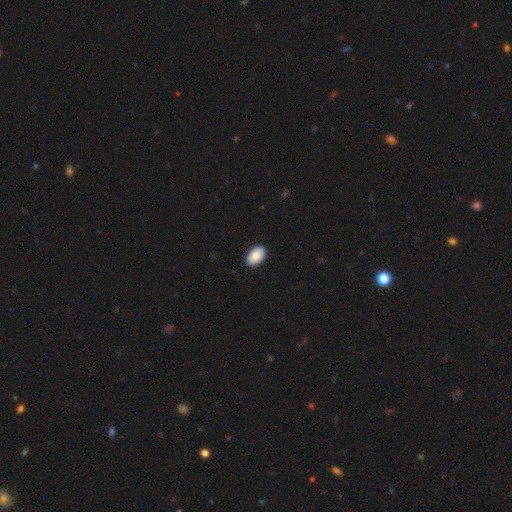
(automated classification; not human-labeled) Smooth or featured: smooth — 89% (star or artifact — 6%)
How rounded: in between — 93% (round — 6%)
Merging: none — 90% (minor disturbance — 8%)